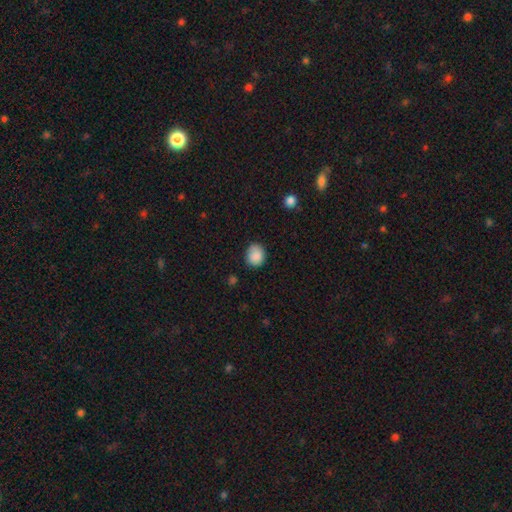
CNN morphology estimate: A smooth galaxy with no disk features (87%) that is round (70%).

Vote fractions:
- Smooth or featured? smooth: 87% / star or artifact: 8% / featured or disk: 4%
- How rounded? round: 70% / in between: 30% / cigar-shaped: 1%
- Merging? none: 76% / minor disturbance: 19% / major disturbance: 4% / merger: 2%